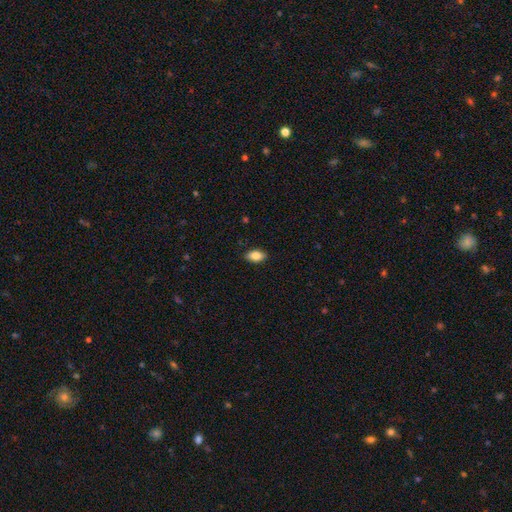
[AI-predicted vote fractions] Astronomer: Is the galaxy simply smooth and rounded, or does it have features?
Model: smooth — 84%.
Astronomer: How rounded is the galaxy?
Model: in between — 90%.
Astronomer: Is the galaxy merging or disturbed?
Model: none — 88%.